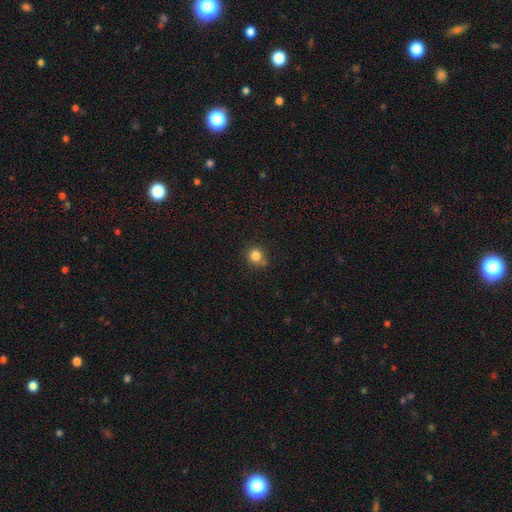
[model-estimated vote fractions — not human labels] smooth-or-featured: smooth: 83% | star or artifact: 12% | featured or disk: 6%
  how-rounded: round: 88% | in between: 11% | cigar-shaped: 1%
  merging: none: 72% | minor disturbance: 16% | merger: 9% | major disturbance: 4%